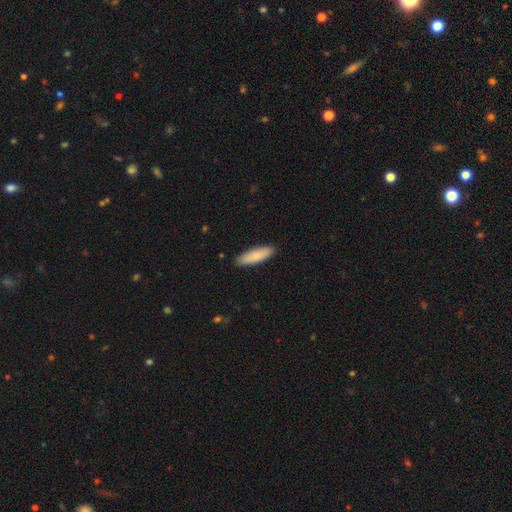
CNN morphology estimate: smooth 85%, featured or disk 10%, star or artifact 5%. Down the decision tree: how rounded — cigar-shaped (53%); merging — none (90%).